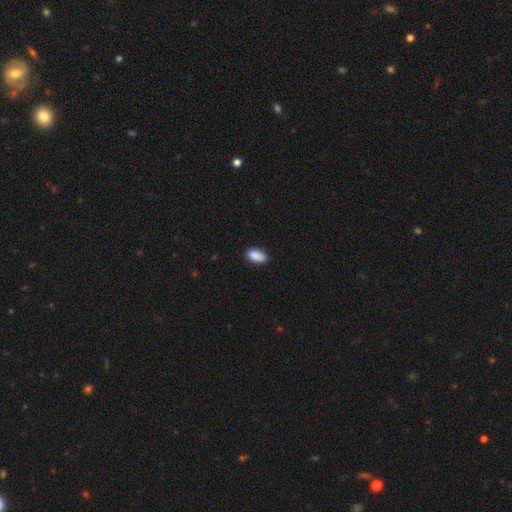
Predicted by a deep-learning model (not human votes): The model was most divided on "merging": none: 76%, minor disturbance: 18%, major disturbance: 3%, merger: 2%. More confident: how rounded — in between (88%); smooth or featured — smooth (87%).